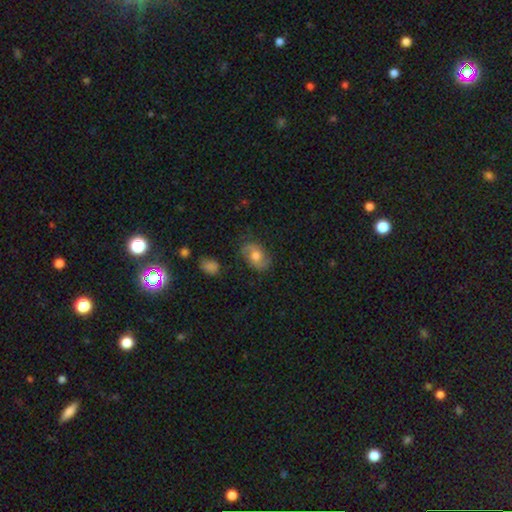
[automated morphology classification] This appears to be a smooth galaxy with no disk features (49%). Merging: none (76%).